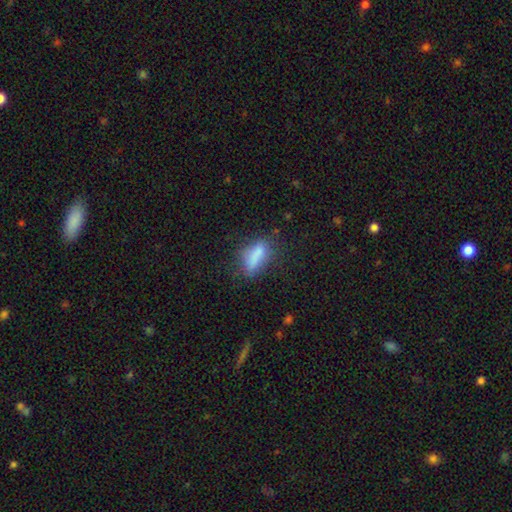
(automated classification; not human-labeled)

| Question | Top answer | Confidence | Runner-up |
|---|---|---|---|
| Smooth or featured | smooth | 75% | featured or disk (14%) |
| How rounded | in between | 65% | cigar-shaped (30%) |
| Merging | none | 58% | minor disturbance (24%) |